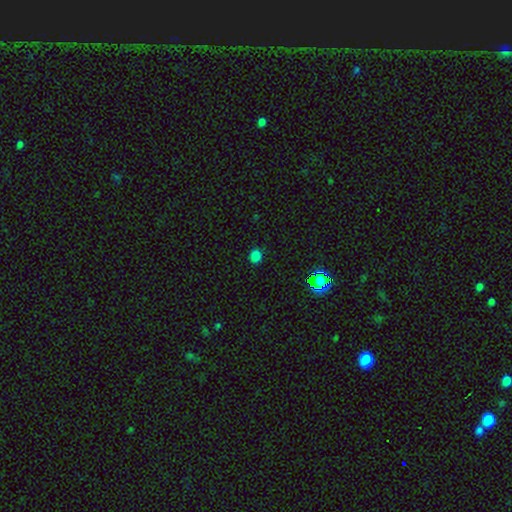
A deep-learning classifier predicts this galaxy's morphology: The model was most divided on "how rounded": round: 63%, in between: 36%, cigar-shaped: 1%. More confident: merging — none (87%); smooth or featured — smooth (77%).